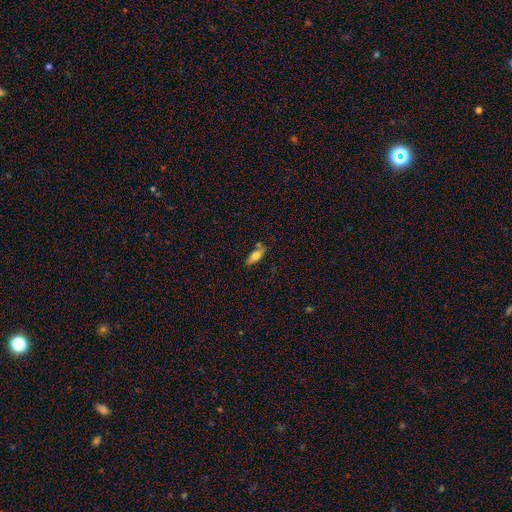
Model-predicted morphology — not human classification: The model was most divided on "how rounded": in between: 65%, cigar-shaped: 32%, round: 3%. More confident: merging — none (74%); smooth or featured — smooth (65%).